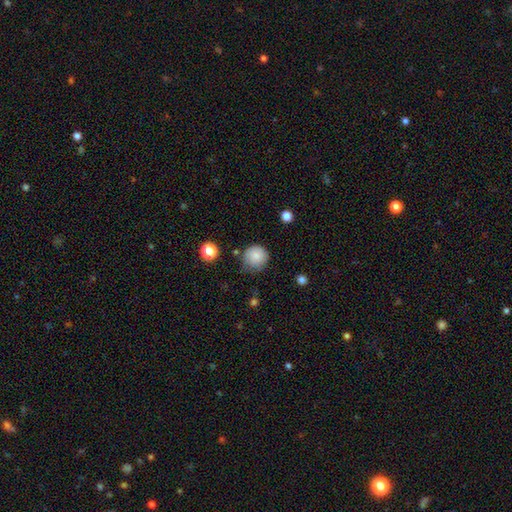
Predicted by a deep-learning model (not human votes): Smooth or featured? Predicted: smooth (p=0.85). How rounded? Predicted: round (p=0.93). Merging? Predicted: none (p=0.72).